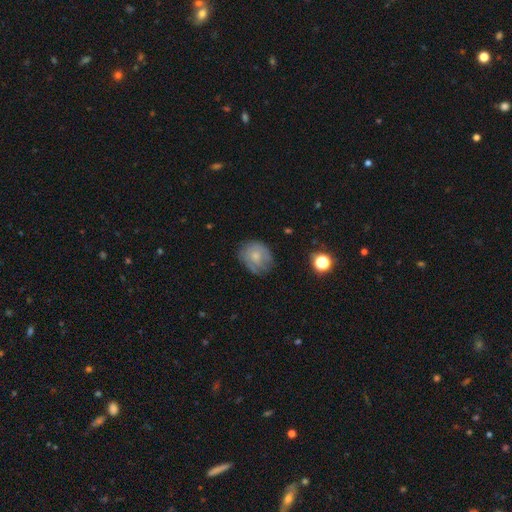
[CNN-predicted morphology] Smooth or featured: smooth — 58% (featured or disk — 34%)
How rounded: round — 69% (in between — 30%)
Merging: none — 67% (minor disturbance — 24%)